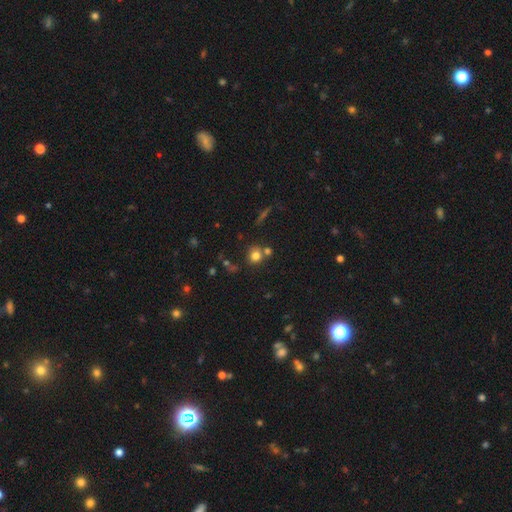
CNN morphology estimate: Smooth or featured?
  - smooth: 76% *
  - star or artifact: 14%
  - featured or disk: 10%
How rounded?
  - round: 81% *
  - in between: 18%
  - cigar-shaped: 1%
Merging?
  - none: 62% *
  - merger: 25%
  - minor disturbance: 10%
  - major disturbance: 4%